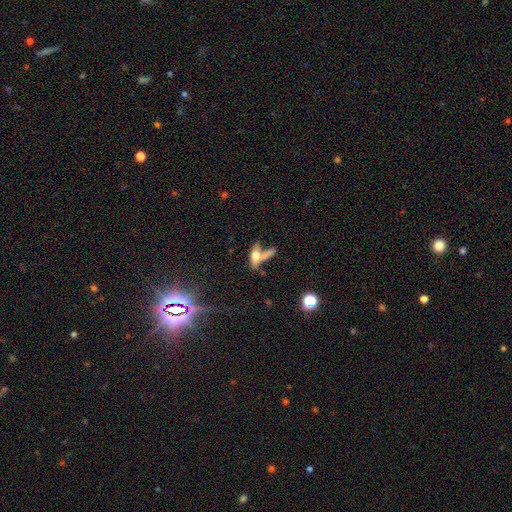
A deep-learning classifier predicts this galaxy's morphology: A smooth galaxy with no disk features (53%) that is in between round and cigar-shaped (53%).

Vote fractions:
- Smooth or featured? smooth: 53% / featured or disk: 36% / star or artifact: 11%
- How rounded? in between: 53% / cigar-shaped: 41% / round: 5%
- Merging? merger: 40% / none: 38% / minor disturbance: 13% / major disturbance: 9%